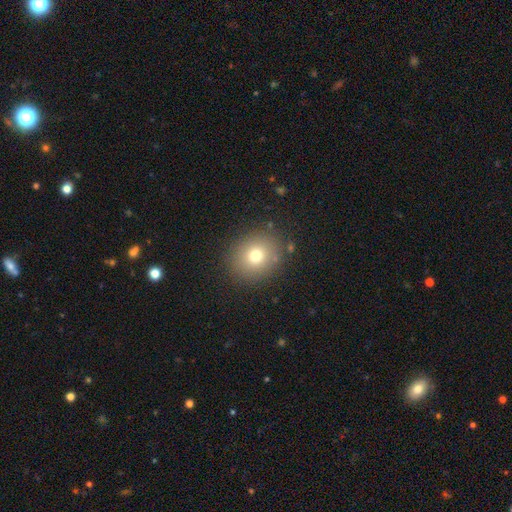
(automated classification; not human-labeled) Overall: smooth (74%). How rounded: round (76%). Merging: none (86%).